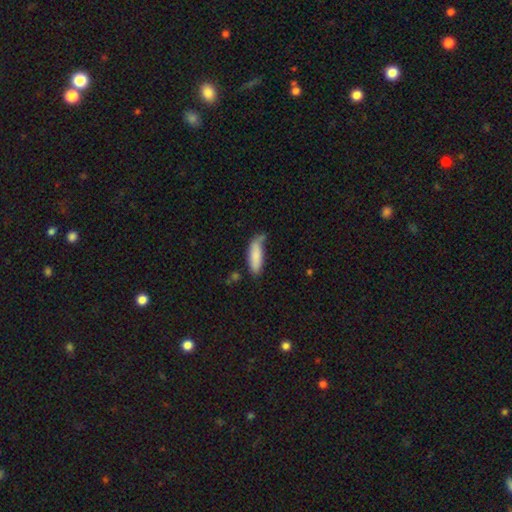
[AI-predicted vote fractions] Smooth or featured?
  - smooth: 85% *
  - featured or disk: 9%
  - star or artifact: 6%
How rounded?
  - in between: 54% *
  - cigar-shaped: 44%
  - round: 2%
Merging?
  - none: 54% *
  - minor disturbance: 30%
  - merger: 8%
  - major disturbance: 8%